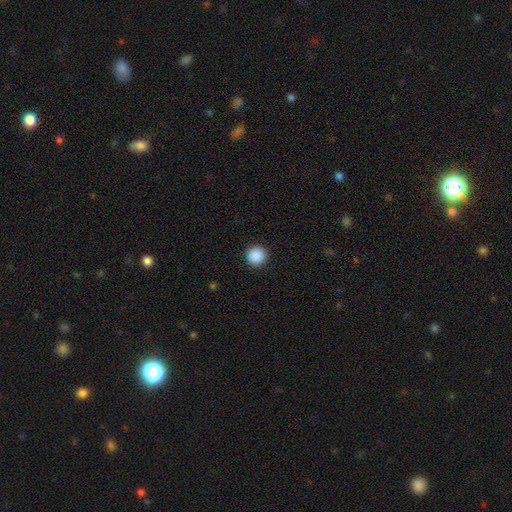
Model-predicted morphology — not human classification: A smooth galaxy with no disk features (89%) that is round (95%). Merging: none (92%).